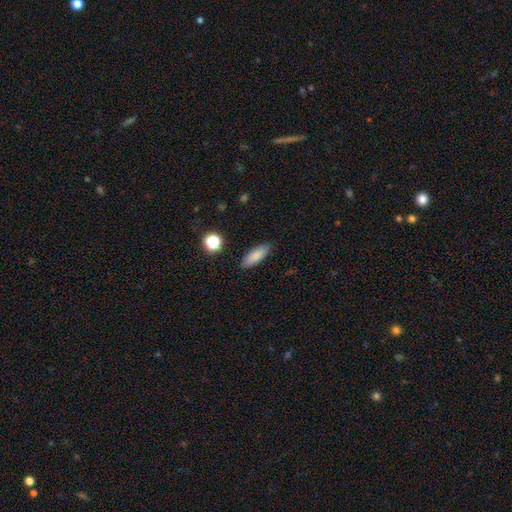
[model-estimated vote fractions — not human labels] Smooth or featured? smooth (84%)
How rounded? in between (60%)
Merging? none (88%)